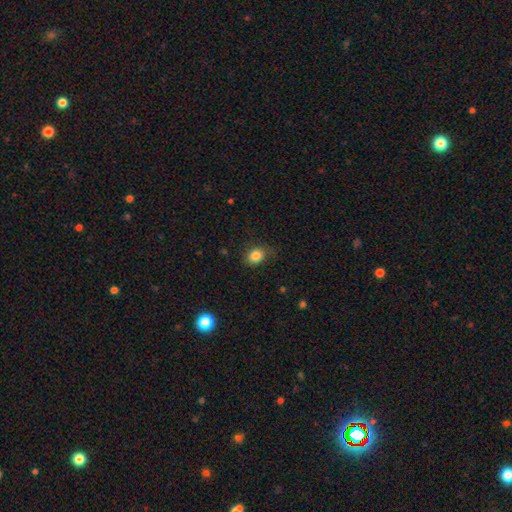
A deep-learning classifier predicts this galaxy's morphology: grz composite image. It shows a smooth galaxy with no disk features (83%) that is round (53%). Merging: none (73%).